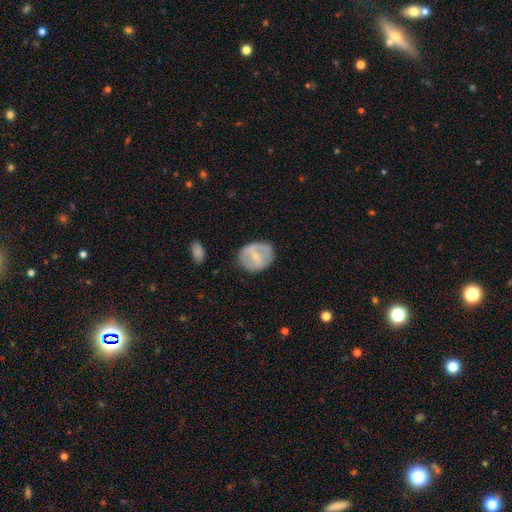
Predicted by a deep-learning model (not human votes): Morphology: type=featured or disk (55%); edge-on=no (95%); bar=weak (39%); spiral arms=no (60%); bulge=small (60%); merging=none (77%).